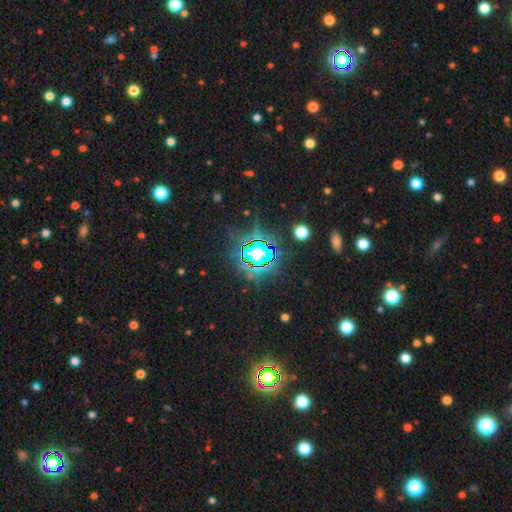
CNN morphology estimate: The model was most divided on "smooth or featured": star or artifact: 83%, smooth: 10%, featured or disk: 7%.